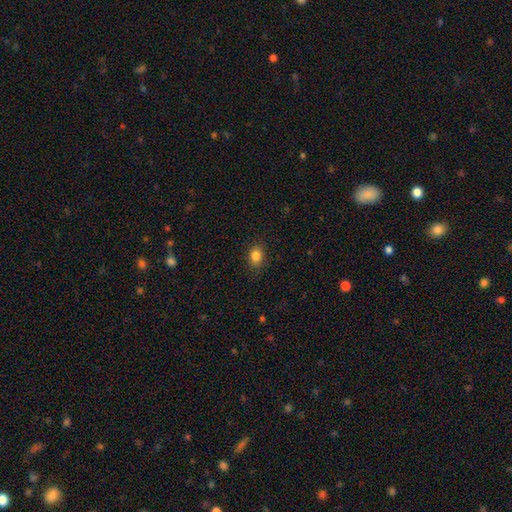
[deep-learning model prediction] smooth-or-featured: smooth: 84% | star or artifact: 10% | featured or disk: 5%
  how-rounded: in between: 62% | round: 37% | cigar-shaped: 1%
  merging: none: 86% | minor disturbance: 11% | major disturbance: 3% | merger: 1%